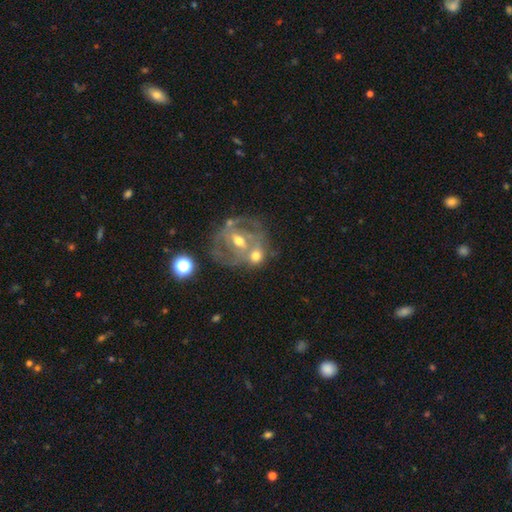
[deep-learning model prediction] Morphology: type=featured or disk (52%); edge-on=no (94%); merging=merger (48%).